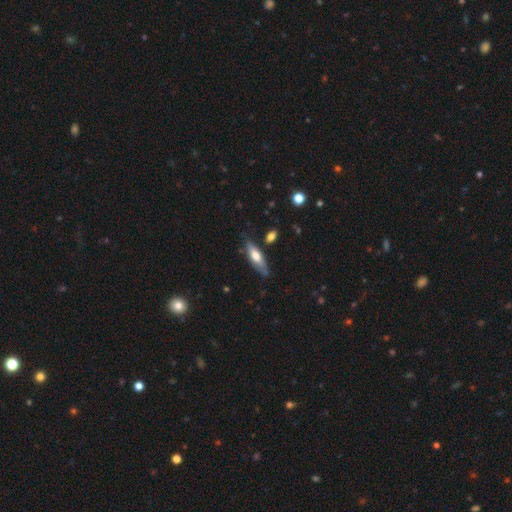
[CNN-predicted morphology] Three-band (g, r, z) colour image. It shows a smooth galaxy with no disk features (57%) that is cigar-shaped (54%). Merging: none (74%).